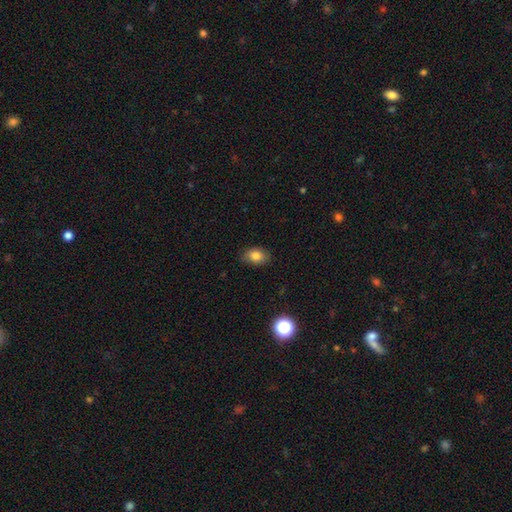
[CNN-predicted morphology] smooth_or_featured: smooth (p=0.83) [alt: star or artifact p=0.10]
how_rounded: in between (p=0.78) [alt: round p=0.21]
merging: none (p=0.82) [alt: minor disturbance p=0.15]